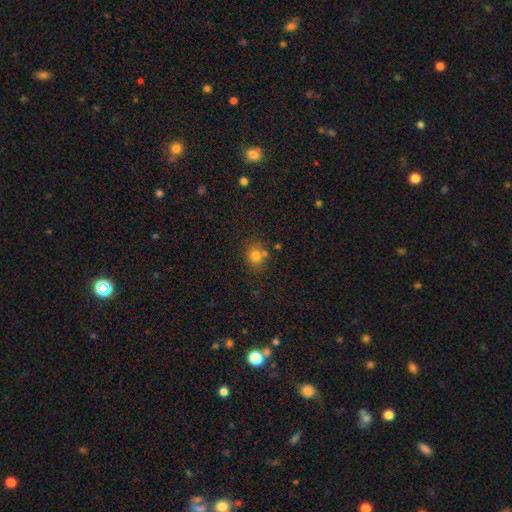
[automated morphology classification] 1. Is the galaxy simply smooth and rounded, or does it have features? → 77% smooth, 14% star or artifact, 9% featured or disk.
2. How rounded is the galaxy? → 74% round, 25% in between, 1% cigar-shaped.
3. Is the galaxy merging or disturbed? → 69% none, 16% merger, 12% minor disturbance, 3% major disturbance.